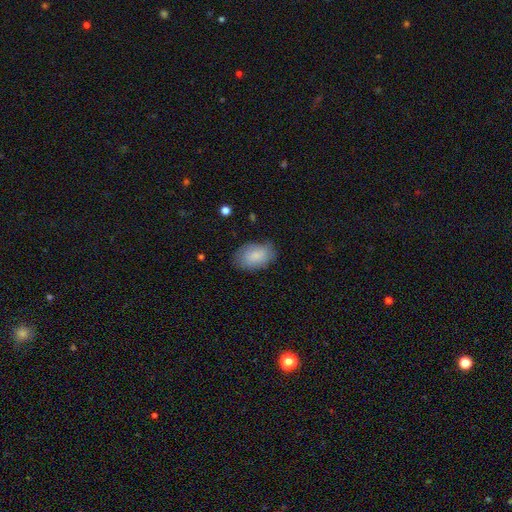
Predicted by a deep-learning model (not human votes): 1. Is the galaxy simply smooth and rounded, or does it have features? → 84% smooth, 10% featured or disk, 6% star or artifact.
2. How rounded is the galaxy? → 91% in between, 8% round, 1% cigar-shaped.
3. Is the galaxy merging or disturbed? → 77% none, 18% minor disturbance, 4% major disturbance, 1% merger.